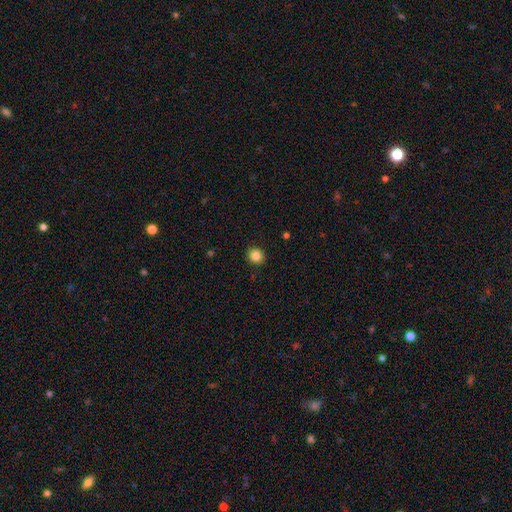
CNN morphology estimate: smooth-or-featured: smooth: 85% | star or artifact: 11% | featured or disk: 4%
  how-rounded: round: 82% | in between: 17% | cigar-shaped: 1%
  merging: none: 91% | minor disturbance: 7% | major disturbance: 2% | merger: 1%